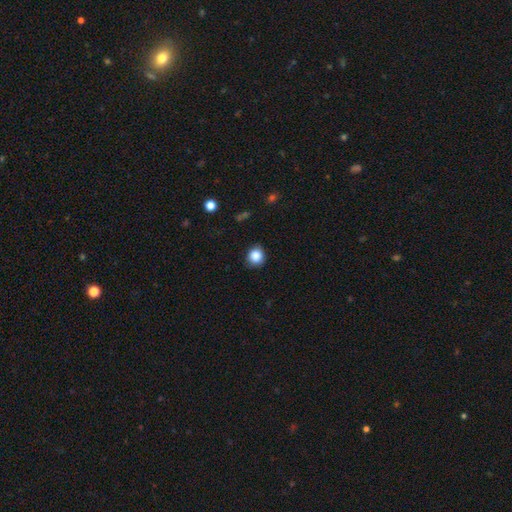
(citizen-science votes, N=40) A smooth galaxy with no disk features (90%) that is round (83%). Merging: none (61%).